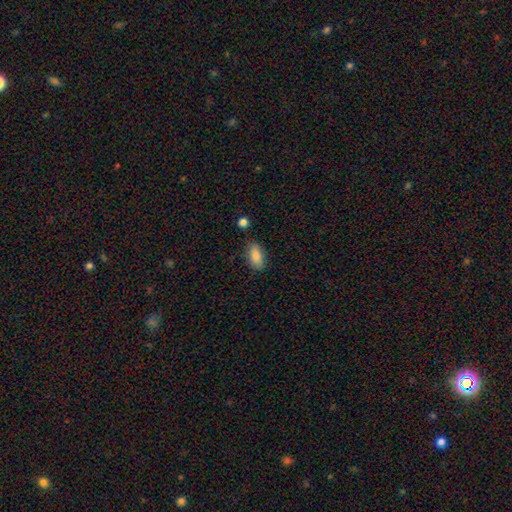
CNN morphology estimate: Smooth or featured? Predicted: smooth (p=0.84). How rounded? Predicted: in between (p=0.89). Merging? Predicted: none (p=0.80).